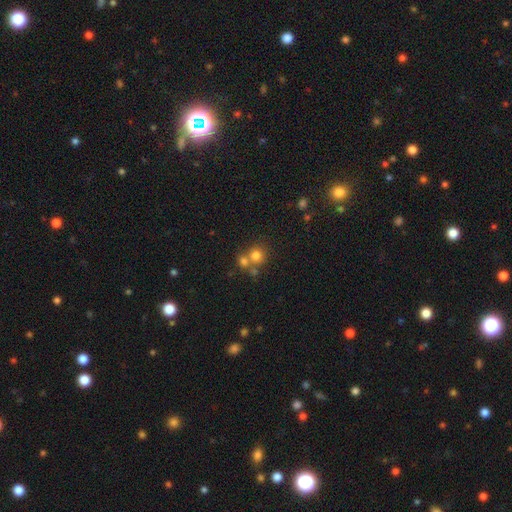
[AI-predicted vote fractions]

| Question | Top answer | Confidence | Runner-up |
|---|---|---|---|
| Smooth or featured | smooth | 74% | star or artifact (15%) |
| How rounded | round | 87% | in between (12%) |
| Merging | none | 49% | merger (40%) |